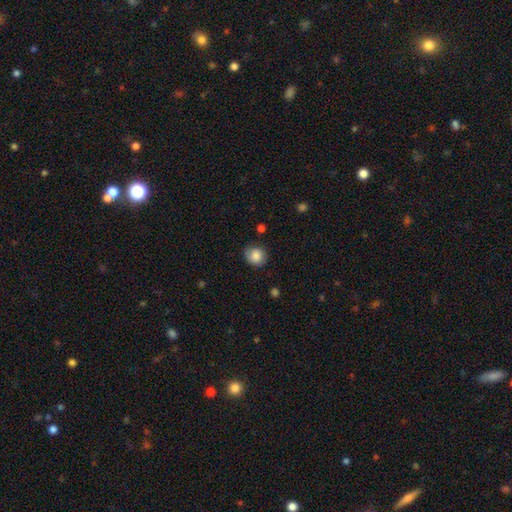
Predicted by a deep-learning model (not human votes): The model was most divided on "merging": none: 73%, minor disturbance: 20%, major disturbance: 5%, merger: 2%. More confident: how rounded — round (83%); smooth or featured — smooth (82%).